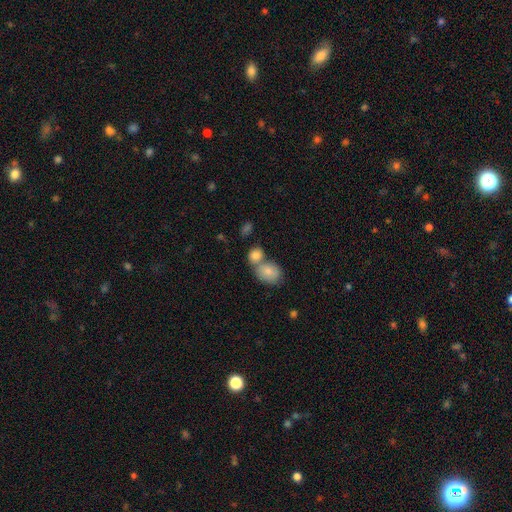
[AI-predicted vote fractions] Q: Smooth or featured?
A: smooth (53%); runner-up: star or artifact (30%)
Q: How rounded?
A: in between (59%); runner-up: round (35%)
Q: Merging?
A: none (53%); runner-up: merger (28%)